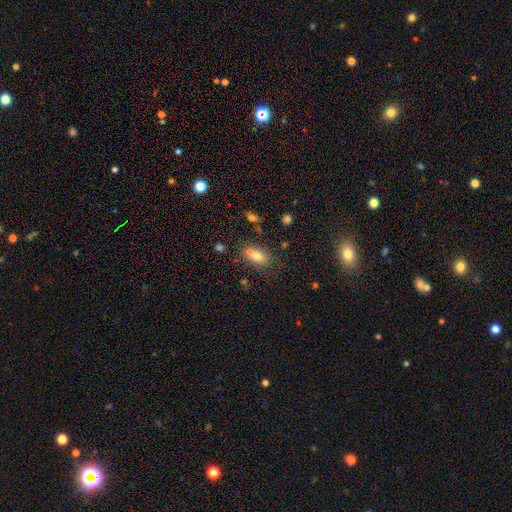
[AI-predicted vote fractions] The model was most divided on "merging": none: 57%, merger: 26%, minor disturbance: 13%, major disturbance: 5%. More confident: how rounded — in between (72%); smooth or featured — smooth (65%).